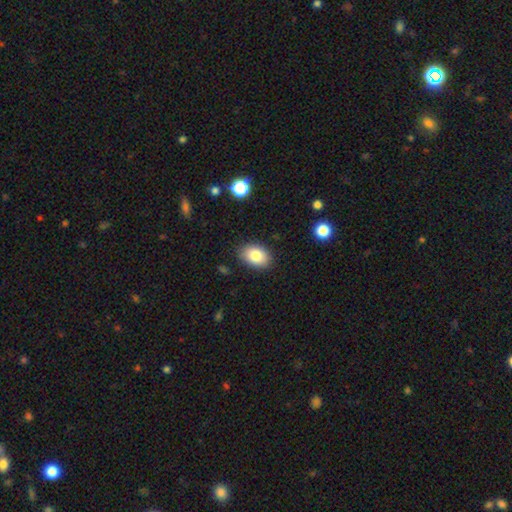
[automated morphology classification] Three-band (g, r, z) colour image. It shows a smooth galaxy with no disk features (82%) that is in between round and cigar-shaped (80%). Merging: none (85%).